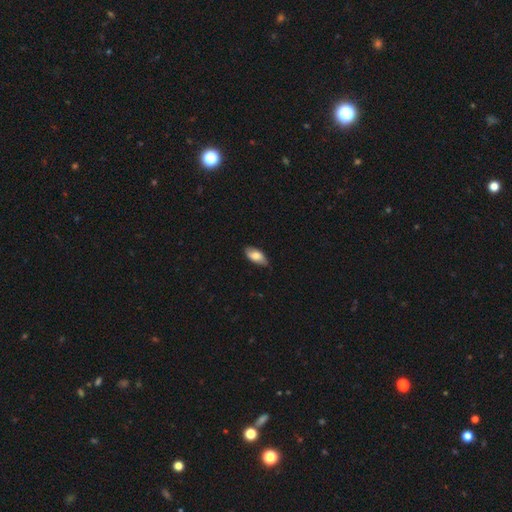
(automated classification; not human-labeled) The model was most divided on "smooth or featured": smooth: 73%, featured or disk: 20%, star or artifact: 6%. More confident: how rounded — in between (91%); merging — none (75%).